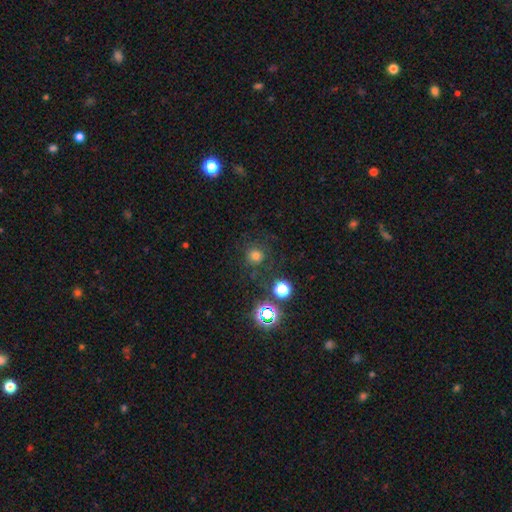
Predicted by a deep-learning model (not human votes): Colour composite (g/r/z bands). It shows a smooth galaxy with no disk features (69%) that is round (91%). Merging: none (77%).